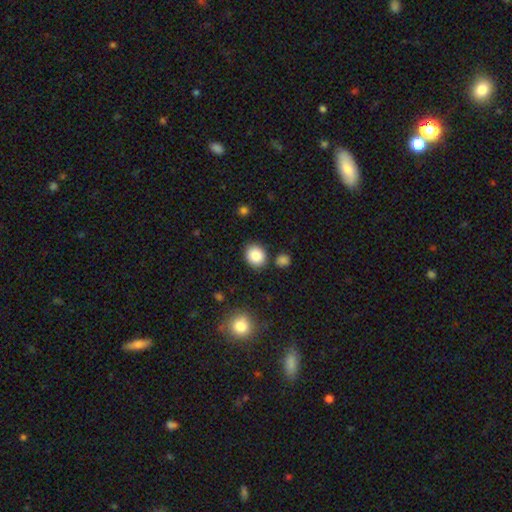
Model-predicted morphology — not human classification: This is clearly a smooth galaxy (86%). How rounded: likely round (69%). Merging: clearly none (83%).